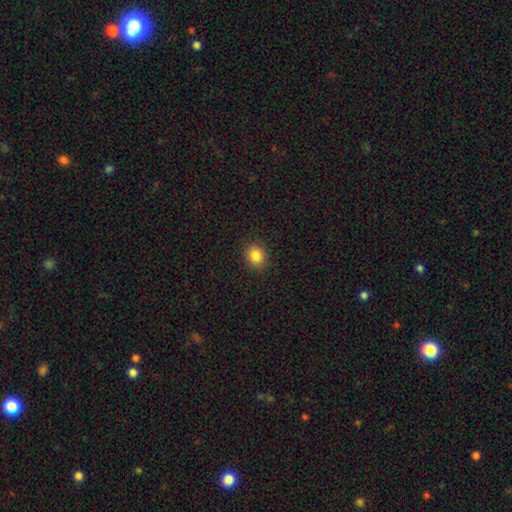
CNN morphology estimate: Smooth or featured? Predicted: smooth (p=0.85). How rounded? Predicted: round (p=0.64). Merging? Predicted: none (p=0.90).